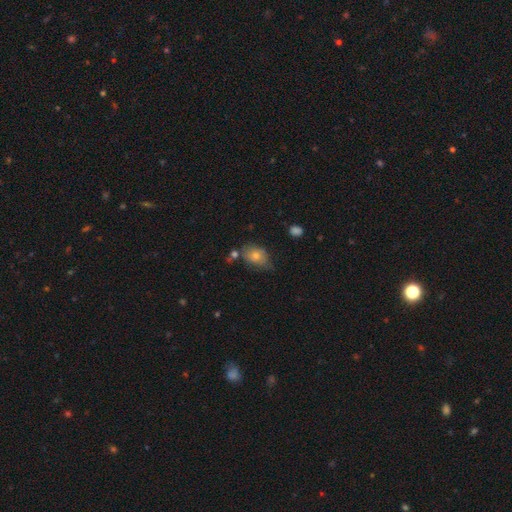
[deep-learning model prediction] Overall: smooth (76%). How rounded: in between (67%; round 32%). Merging: none (47%; minor disturbance 35%).